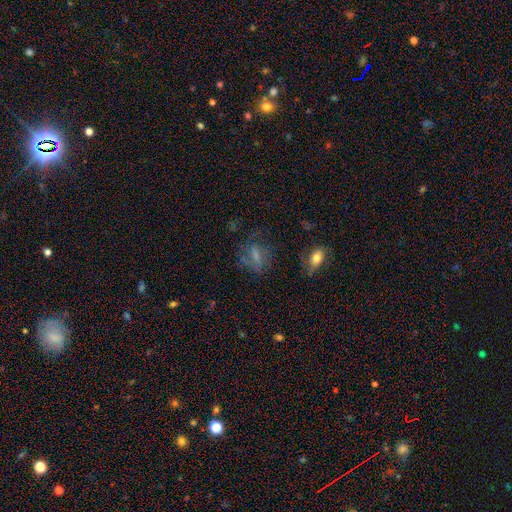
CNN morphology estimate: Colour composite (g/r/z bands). It shows a smooth galaxy with no disk features (45%). Merging: none (55%).